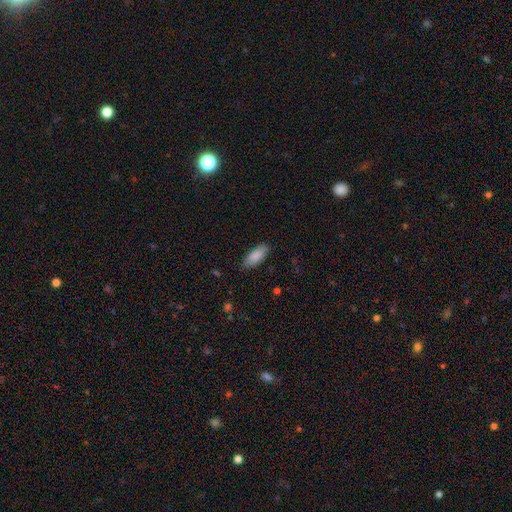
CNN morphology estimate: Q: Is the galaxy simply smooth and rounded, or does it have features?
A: smooth — 88%.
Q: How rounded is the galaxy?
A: in between — 83%.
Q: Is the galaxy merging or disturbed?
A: none — 82%.